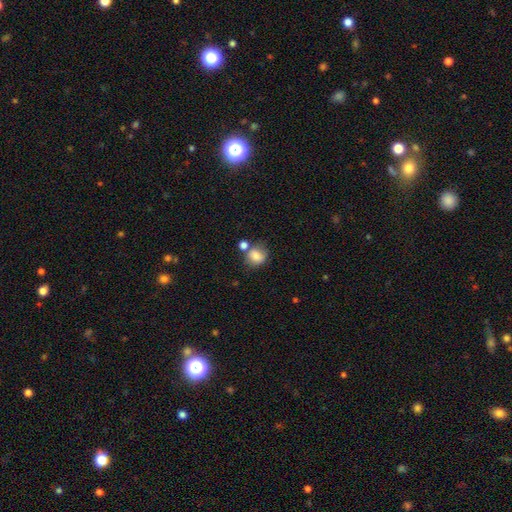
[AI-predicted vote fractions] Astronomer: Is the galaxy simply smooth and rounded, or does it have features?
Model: smooth — 80%.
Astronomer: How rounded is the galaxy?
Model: round — 68%.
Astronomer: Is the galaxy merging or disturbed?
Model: none — 54%.